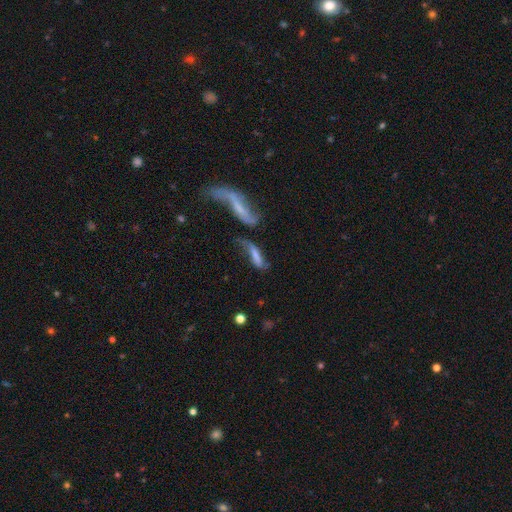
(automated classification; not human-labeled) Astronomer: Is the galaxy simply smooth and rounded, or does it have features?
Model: smooth — 55% (runner-up: featured or disk, 34%).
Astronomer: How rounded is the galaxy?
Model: cigar-shaped — 64%.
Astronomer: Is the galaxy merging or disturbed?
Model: merger — 30% (runner-up: major disturbance, 26%).